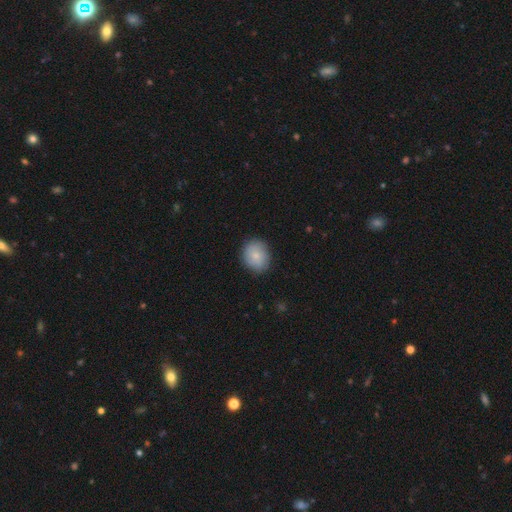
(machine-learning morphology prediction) type=smooth (81%); roundness=round (72%); merging=none (84%).